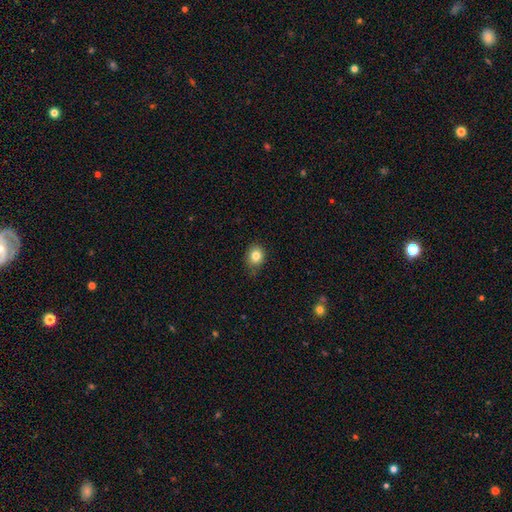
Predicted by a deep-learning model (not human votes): smooth 82%, star or artifact 11%, featured or disk 7%. Down the decision tree: how rounded — round (65%); merging — none (76%).